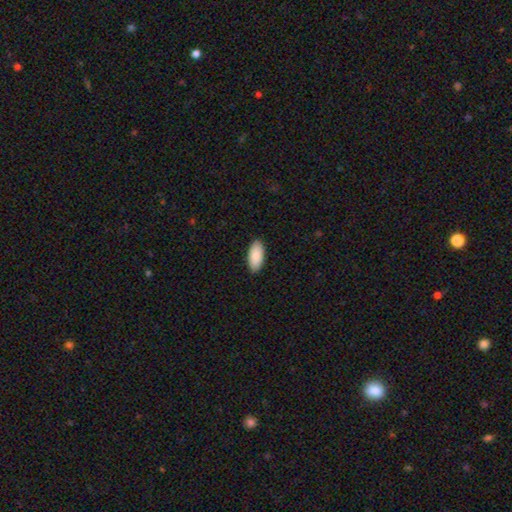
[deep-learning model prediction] Smooth or featured?
  - smooth: 90% *
  - star or artifact: 5%
  - featured or disk: 4%
How rounded?
  - in between: 91% *
  - cigar-shaped: 8%
  - round: 2%
Merging?
  - none: 89% *
  - minor disturbance: 8%
  - major disturbance: 2%
  - merger: 1%